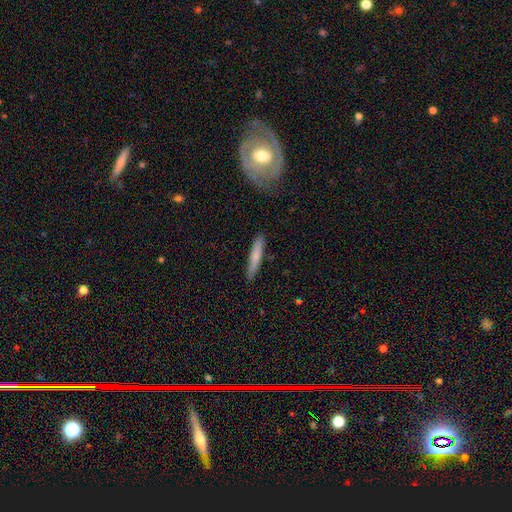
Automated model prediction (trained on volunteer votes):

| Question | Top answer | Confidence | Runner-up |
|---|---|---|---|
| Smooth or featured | smooth | 70% | featured or disk (24%) |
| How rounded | cigar-shaped | 93% | in between (5%) |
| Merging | none | 87% | minor disturbance (9%) |